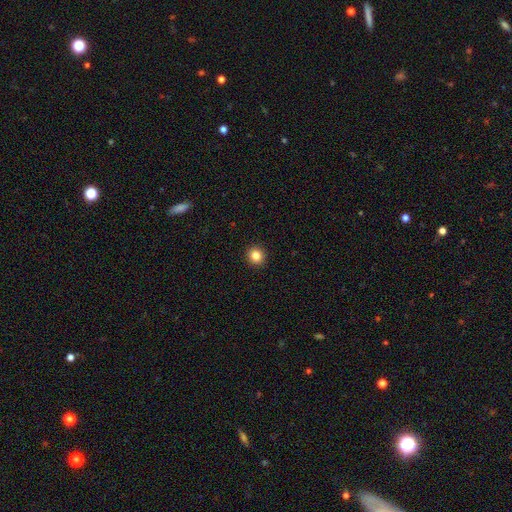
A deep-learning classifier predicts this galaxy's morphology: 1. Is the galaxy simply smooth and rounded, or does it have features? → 84% smooth, 11% star or artifact, 5% featured or disk.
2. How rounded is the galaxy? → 91% round, 8% in between, 1% cigar-shaped.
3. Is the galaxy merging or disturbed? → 93% none, 4% minor disturbance, 1% major disturbance, 1% merger.